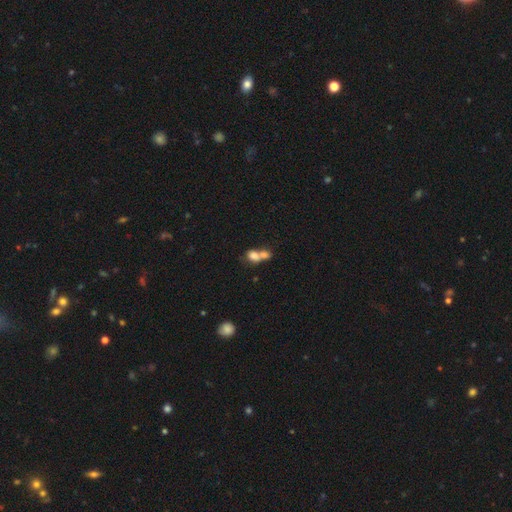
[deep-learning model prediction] smooth 72%, featured or disk 17%, star or artifact 11%. Down the decision tree: how rounded — in between (58%); merging — merger (71%).